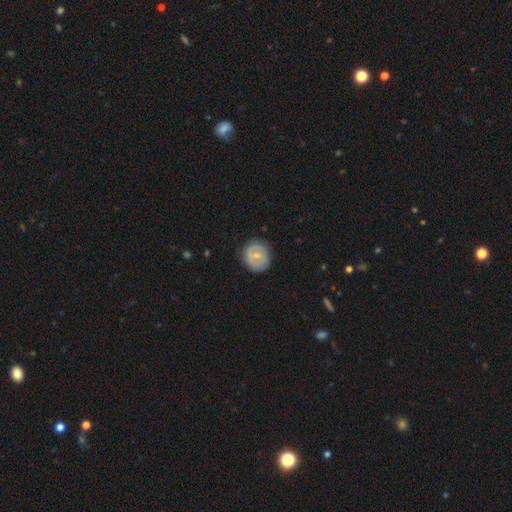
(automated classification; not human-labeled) smooth_or_featured: featured or disk (p=0.53) [alt: smooth p=0.40]
disk_edge_on: no (p=0.97) [alt: yes p=0.03]
bar: weak (p=0.54) [alt: strong p=0.23]
has_spiral_arms: yes (p=0.62) [alt: no p=0.38]
bulge_size: small (p=0.59) [alt: moderate p=0.32]
merging: none (p=0.80) [alt: minor disturbance p=0.14]